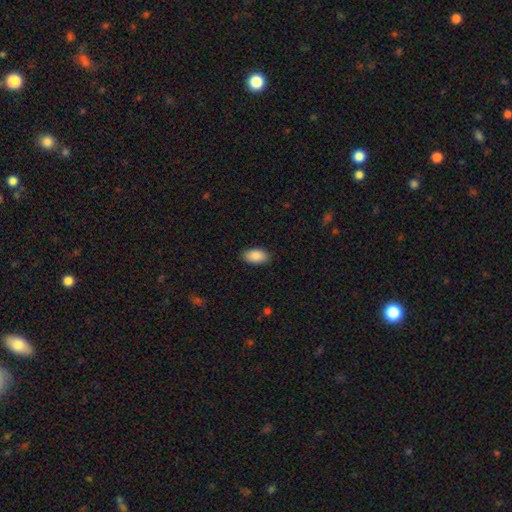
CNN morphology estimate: The model was most divided on "merging": none: 88%, minor disturbance: 9%, major disturbance: 2%, merger: 1%. More confident: how rounded — in between (94%); smooth or featured — smooth (90%).